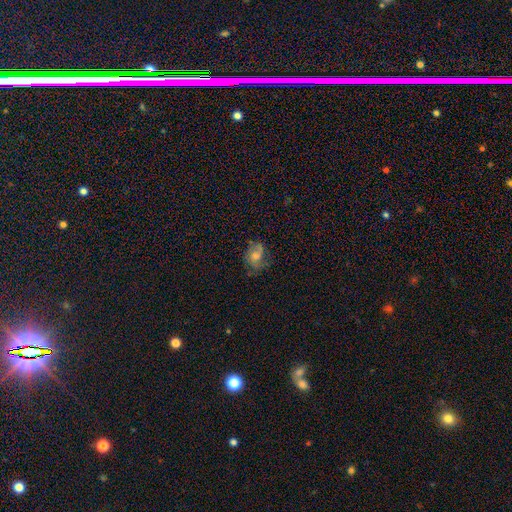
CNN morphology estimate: This appears to be a featured or disk galaxy (51%). Merging: none (60%).